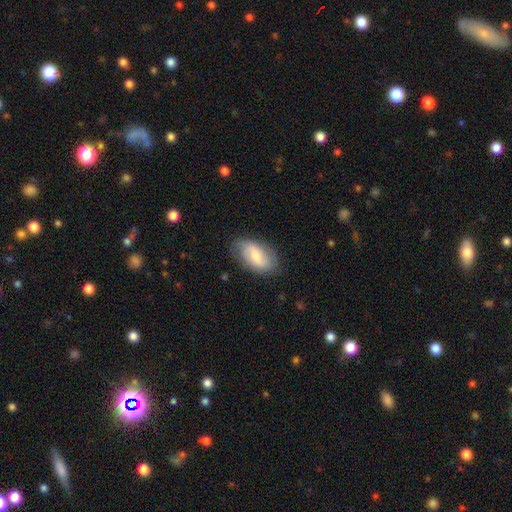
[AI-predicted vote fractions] Smooth or featured? Predicted: smooth (p=0.55). How rounded? Predicted: in between (p=0.92). Merging? Predicted: none (p=0.76).